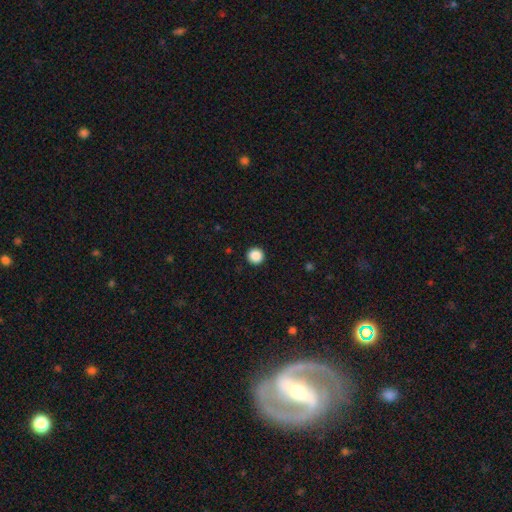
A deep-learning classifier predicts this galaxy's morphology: smooth 88%, star or artifact 10%, featured or disk 2%. Down the decision tree: how rounded — round (96%); merging — none (93%).